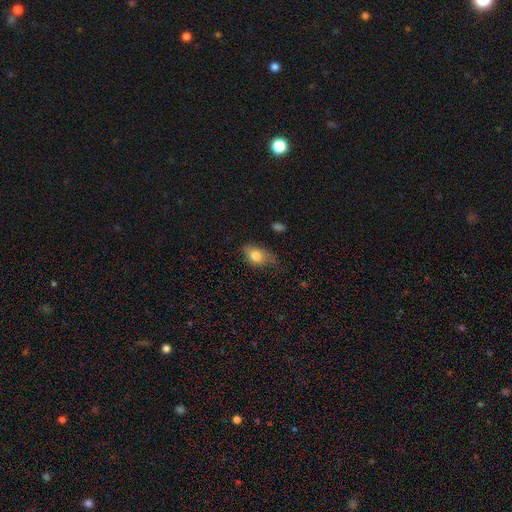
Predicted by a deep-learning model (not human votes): Smooth or featured: smooth — 78% (featured or disk — 14%)
How rounded: in between — 78% (round — 19%)
Merging: none — 53% (minor disturbance — 34%)